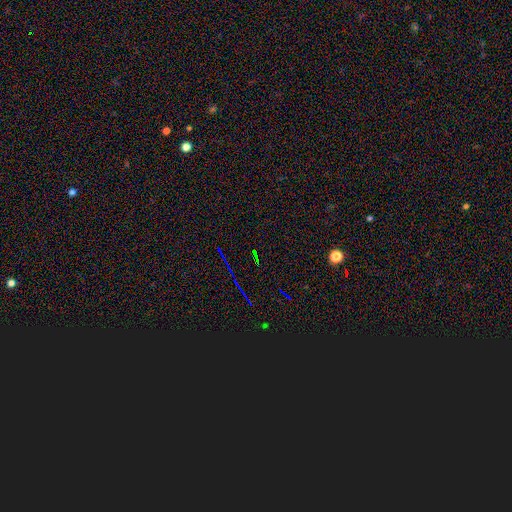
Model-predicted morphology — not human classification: smooth_or_featured: star or artifact (p=0.79) [alt: featured or disk p=0.11]